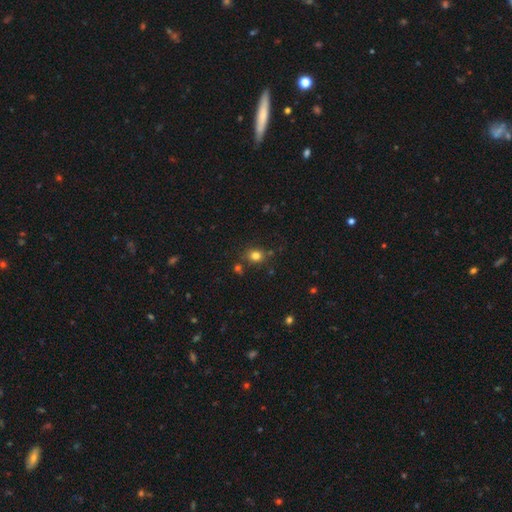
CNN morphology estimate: A smooth galaxy with no disk features (79%) that is round (69%).

Vote fractions:
- Smooth or featured? smooth: 79% / star or artifact: 15% / featured or disk: 6%
- How rounded? round: 69% / in between: 30% / cigar-shaped: 1%
- Merging? none: 77% / minor disturbance: 12% / merger: 7% / major disturbance: 4%